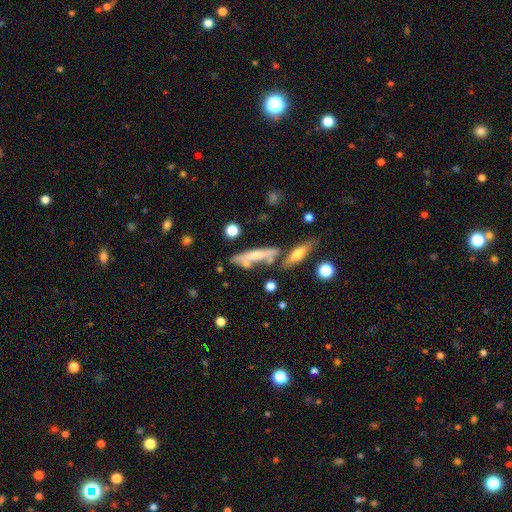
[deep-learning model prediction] A smooth galaxy with no disk features (50%). Merging: none (53%).